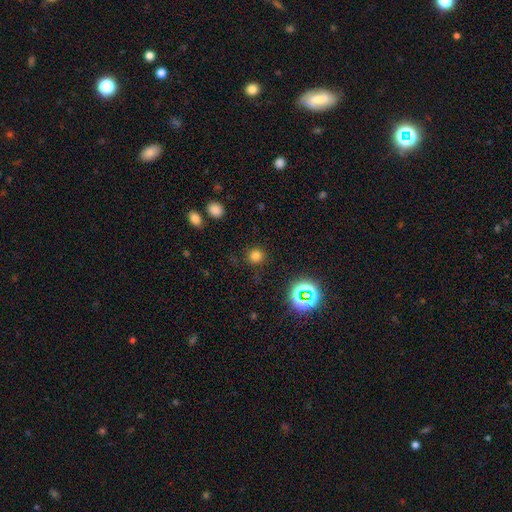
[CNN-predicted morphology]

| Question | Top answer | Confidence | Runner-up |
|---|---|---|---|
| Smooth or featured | smooth | 74% | star or artifact (21%) |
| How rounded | round | 92% | in between (7%) |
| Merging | none | 88% | minor disturbance (7%) |